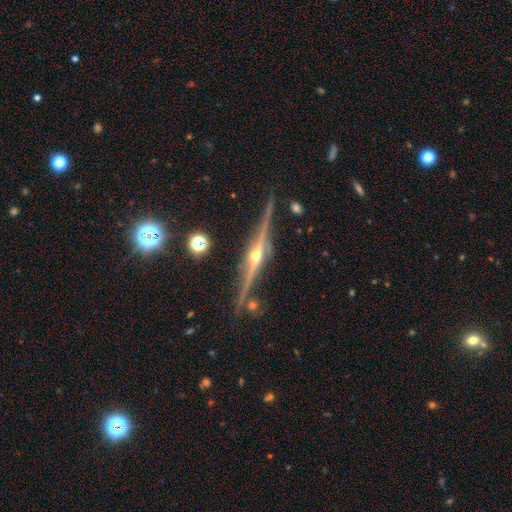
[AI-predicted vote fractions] Smooth or featured? Predicted: featured or disk (p=0.88). Edge-on disk? Predicted: yes (p=0.98). Edge-on bulge? Predicted: rounded (p=0.92). Merging? Predicted: none (p=0.85).